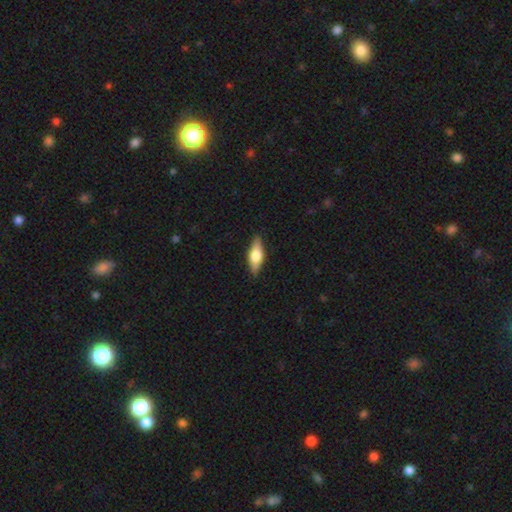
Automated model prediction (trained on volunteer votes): A smooth galaxy with no disk features (54%) that is in between round and cigar-shaped (64%).

Vote fractions:
- Smooth or featured? smooth: 54% / featured or disk: 40% / star or artifact: 6%
- How rounded? in between: 64% / cigar-shaped: 32% / round: 3%
- Merging? none: 88% / minor disturbance: 9% / major disturbance: 2% / merger: 1%